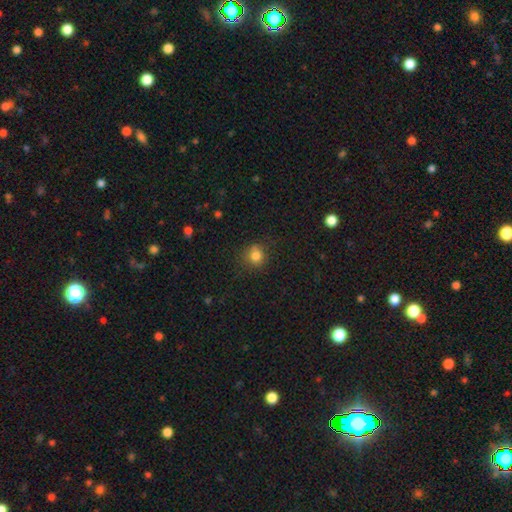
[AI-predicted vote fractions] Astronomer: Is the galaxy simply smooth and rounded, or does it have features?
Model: smooth — 80%.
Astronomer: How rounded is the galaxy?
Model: round — 81%.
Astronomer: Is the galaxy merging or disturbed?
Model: none — 76%.